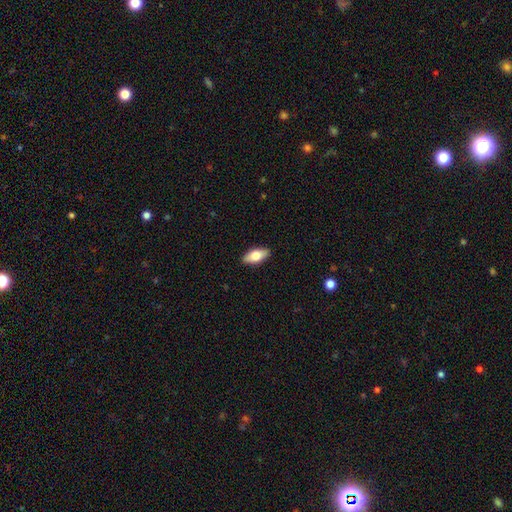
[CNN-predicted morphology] Smooth or featured? smooth (71%)
How rounded? in between (85%)
Merging? none (89%)